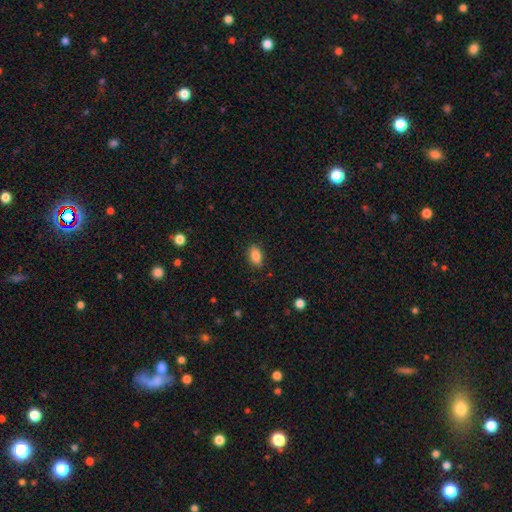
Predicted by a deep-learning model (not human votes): This appears to be a smooth galaxy with no disk features (86%) that is in between round and cigar-shaped (89%). Merging: none (85%).